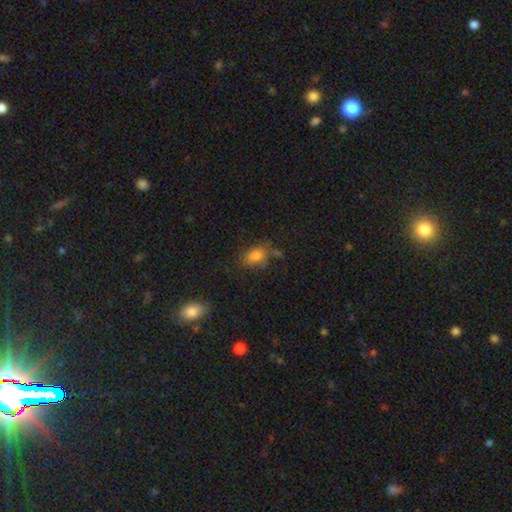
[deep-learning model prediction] Q: Smooth or featured?
A: smooth (79%); runner-up: star or artifact (11%)
Q: How rounded?
A: in between (81%); runner-up: round (17%)
Q: Merging?
A: none (61%); runner-up: minor disturbance (22%)